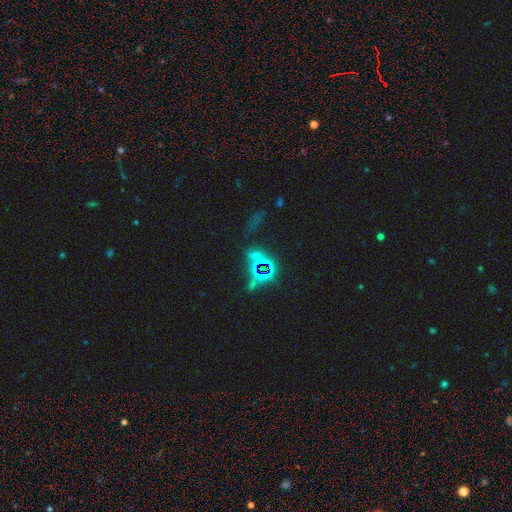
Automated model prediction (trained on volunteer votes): A star or artifact, not a galaxy (47%).

Vote fractions:
- Smooth or featured? star or artifact: 47% / featured or disk: 31% / smooth: 21%